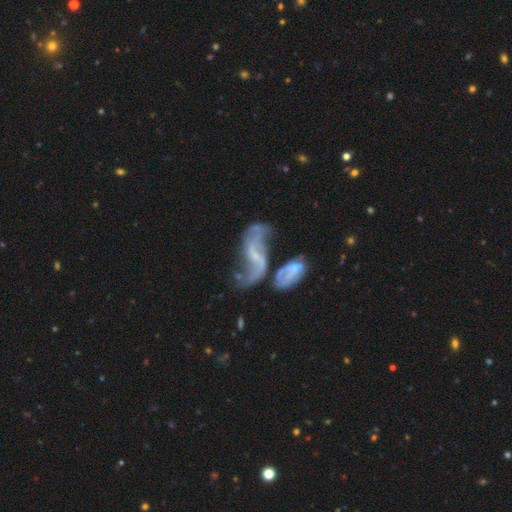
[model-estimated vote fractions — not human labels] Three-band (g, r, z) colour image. It shows a featured or disk galaxy (81%) with a weak bar (45%), 2 (84%) loose (83%) spiral arms (85%) and a small central bulge (50%). Merging: merger (43%).